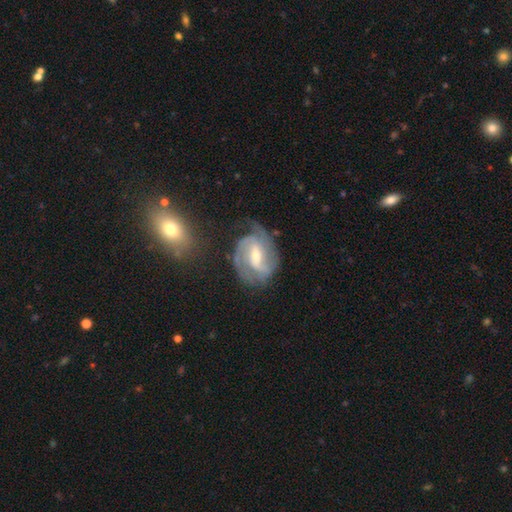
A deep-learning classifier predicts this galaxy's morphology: Smooth or featured? featured or disk (86%)
Edge-on disk? no (97%)
Bar? weak (48%)
Spiral arms? yes (96%)
Spiral winding? medium (45%)
Spiral arm count? 2 (57%)
Bulge size? moderate (48%)
Merging? none (61%)